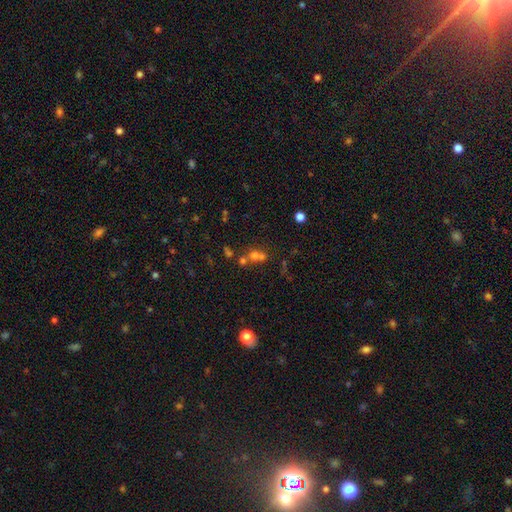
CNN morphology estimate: Smooth or featured?
  - smooth: 56% *
  - star or artifact: 26%
  - featured or disk: 18%
How rounded?
  - round: 75% *
  - in between: 24%
  - cigar-shaped: 2%
Merging?
  - merger: 53% *
  - none: 35%
  - minor disturbance: 7%
  - major disturbance: 5%